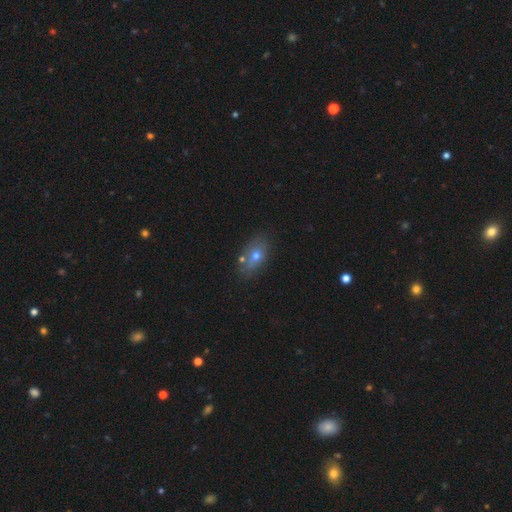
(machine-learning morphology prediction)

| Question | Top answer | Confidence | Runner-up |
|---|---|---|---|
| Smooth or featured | smooth | 63% | featured or disk (24%) |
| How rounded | in between | 78% | round (17%) |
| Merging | none | 69% | minor disturbance (16%) |